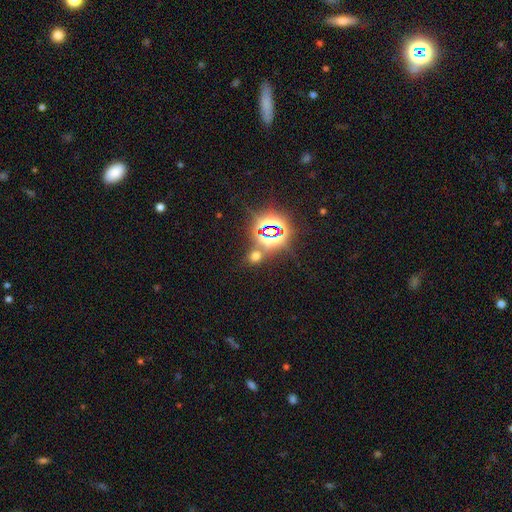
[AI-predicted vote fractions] This appears to be a star or artifact, not a galaxy (50%).